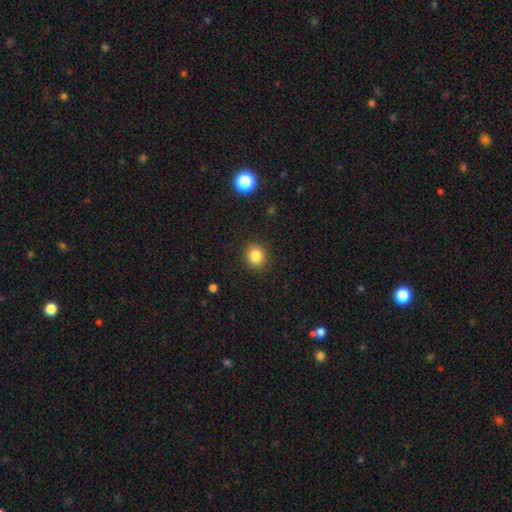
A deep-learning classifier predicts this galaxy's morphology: Smooth or featured: smooth — 84% (star or artifact — 11%)
How rounded: round — 85% (in between — 14%)
Merging: none — 91% (minor disturbance — 6%)